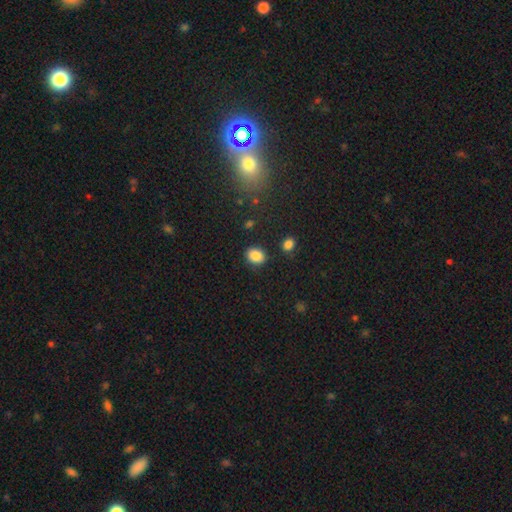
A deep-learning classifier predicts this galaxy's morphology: Smooth or featured?
  - smooth: 86% *
  - star or artifact: 9%
  - featured or disk: 5%
How rounded?
  - in between: 52% *
  - round: 47%
  - cigar-shaped: 1%
Merging?
  - none: 85% *
  - minor disturbance: 9%
  - merger: 3%
  - major disturbance: 3%